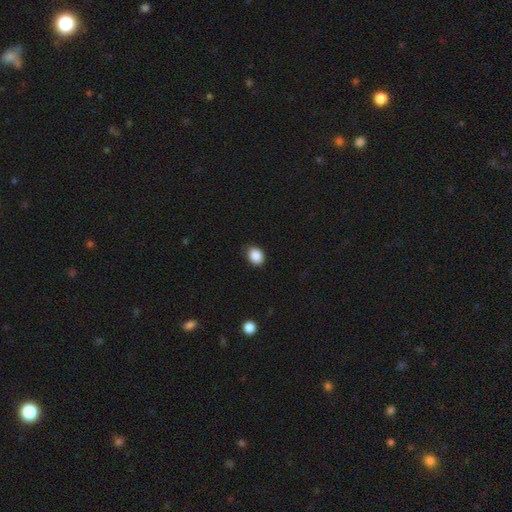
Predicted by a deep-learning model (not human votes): Smooth or featured? smooth (88%)
How rounded? in between (63%)
Merging? none (86%)